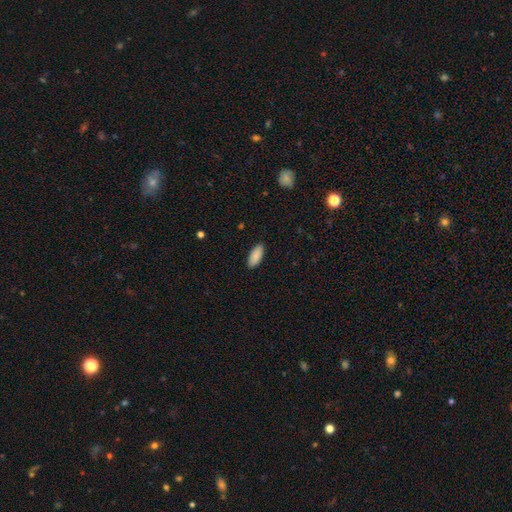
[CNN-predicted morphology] A smooth galaxy with no disk features (90%) that is in between round and cigar-shaped (83%). Merging: none (89%).